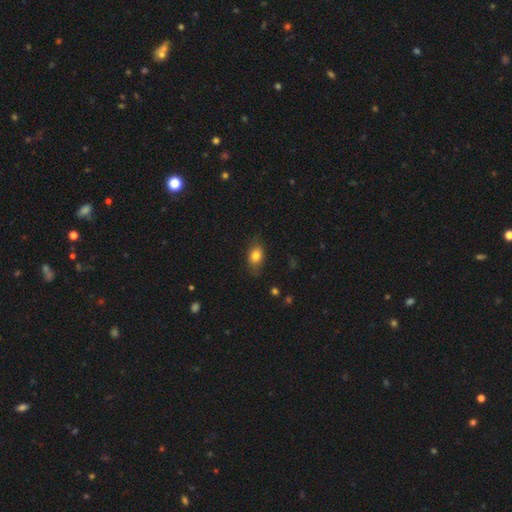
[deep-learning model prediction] Smooth or featured? Predicted: smooth (p=0.80). How rounded? Predicted: in between (p=0.79). Merging? Predicted: none (p=0.74).